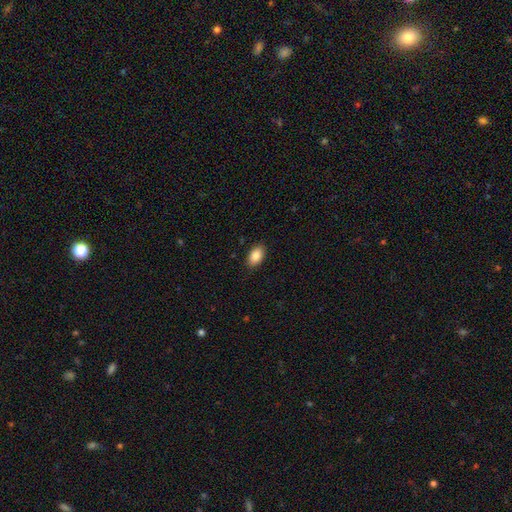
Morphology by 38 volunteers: Overall: smooth (84%). How rounded: in between (94%). Merging: none (91%).